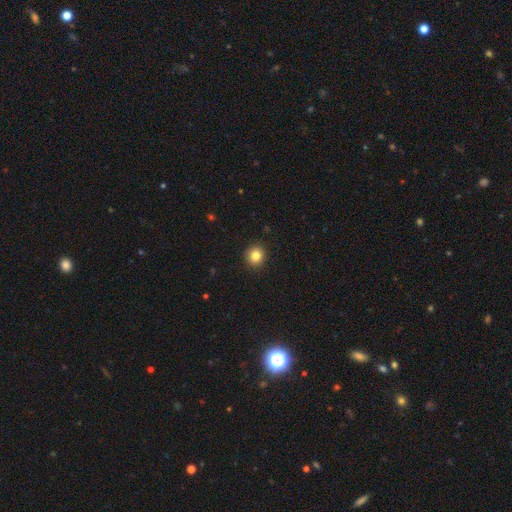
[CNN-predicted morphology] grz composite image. It shows a smooth galaxy with no disk features (83%) that is round (89%). Merging: none (92%).